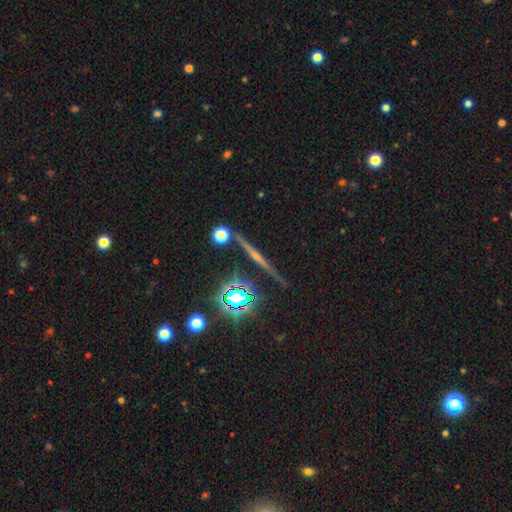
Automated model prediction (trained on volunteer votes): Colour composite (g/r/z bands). It shows a featured or disk galaxy (59%) viewed edge-on (96%) with a rounded central bulge (46%). Merging: none (86%).